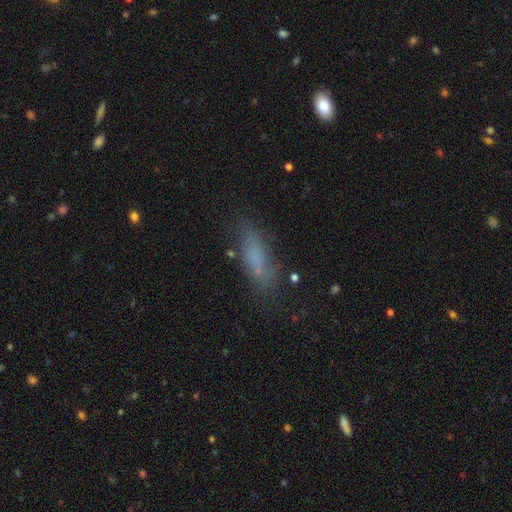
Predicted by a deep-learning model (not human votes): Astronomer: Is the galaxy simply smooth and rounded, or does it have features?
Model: smooth — 70%.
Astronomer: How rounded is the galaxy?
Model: in between — 50% (runner-up: cigar-shaped, 48%).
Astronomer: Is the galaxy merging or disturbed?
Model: none — 69%.